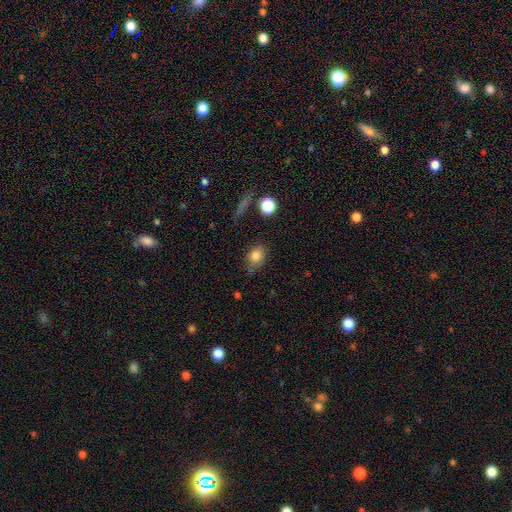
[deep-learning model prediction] Q: Smooth or featured?
A: smooth (82%); runner-up: star or artifact (10%)
Q: How rounded?
A: in between (63%); runner-up: round (35%)
Q: Merging?
A: none (67%); runner-up: minor disturbance (23%)